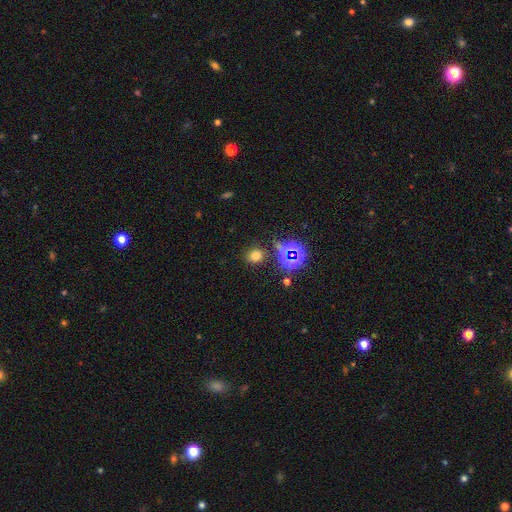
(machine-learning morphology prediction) A smooth galaxy with no disk features (66%) that is round (73%). Merging: none (84%).